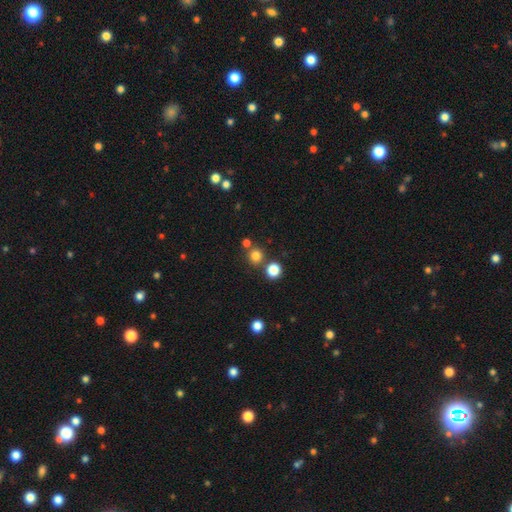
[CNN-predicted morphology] Smooth or featured?
  - smooth: 78% *
  - star or artifact: 16%
  - featured or disk: 6%
How rounded?
  - round: 92% *
  - in between: 7%
  - cigar-shaped: 1%
Merging?
  - none: 76% *
  - merger: 15%
  - minor disturbance: 6%
  - major disturbance: 3%